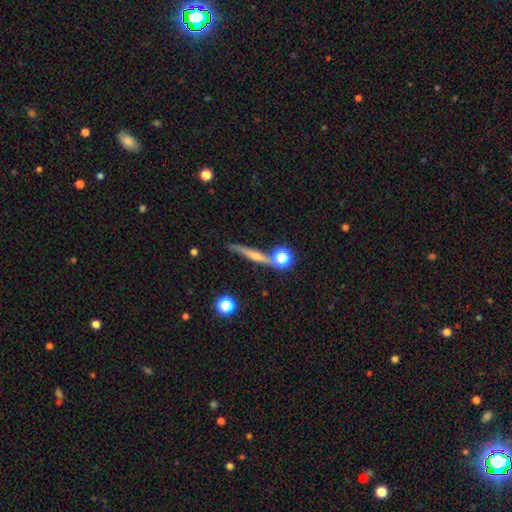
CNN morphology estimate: Smooth or featured? featured or disk (60%)
Edge-on disk? yes (93%)
Edge-on bulge? rounded (76%)
Merging? none (75%)